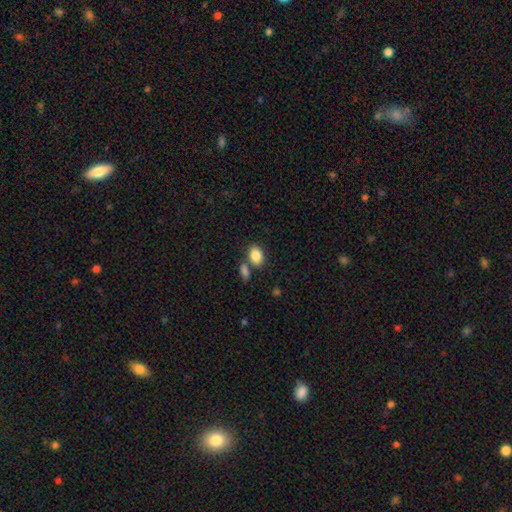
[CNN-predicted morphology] smooth 86%, star or artifact 8%, featured or disk 6%. Down the decision tree: how rounded — in between (80%); merging — none (64%).